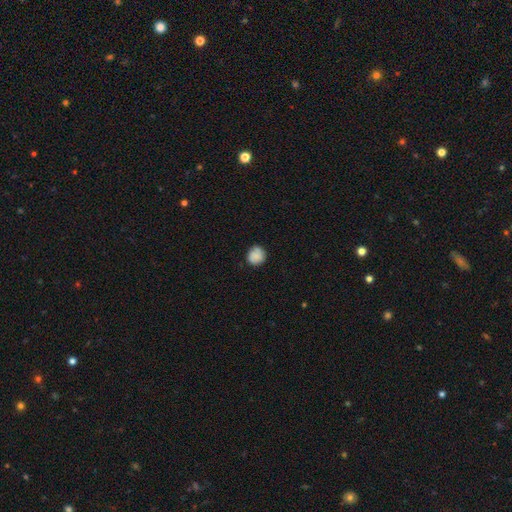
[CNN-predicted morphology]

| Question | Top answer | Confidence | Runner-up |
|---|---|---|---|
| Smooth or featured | smooth | 83% | star or artifact (8%) |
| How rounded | round | 88% | in between (11%) |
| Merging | none | 79% | minor disturbance (16%) |